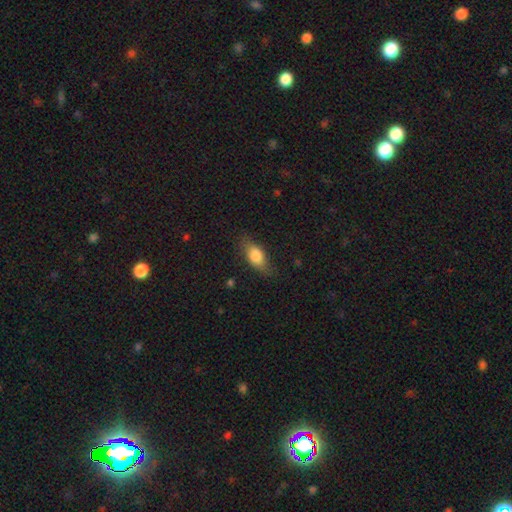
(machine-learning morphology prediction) This is likely a smooth galaxy (76%). How rounded: clearly in between (81%). Merging: likely none (74%).